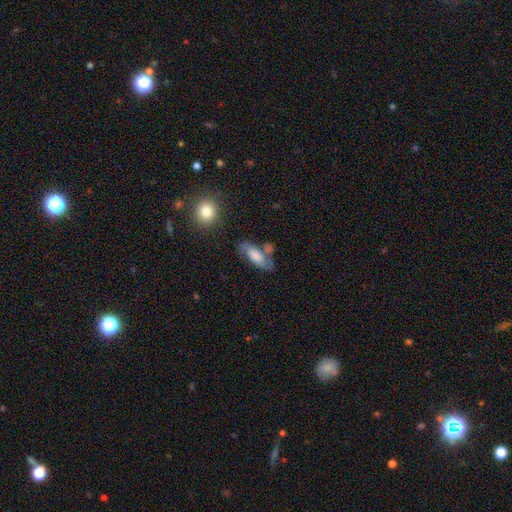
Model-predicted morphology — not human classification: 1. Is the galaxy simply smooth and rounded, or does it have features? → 56% smooth, 36% featured or disk, 8% star or artifact.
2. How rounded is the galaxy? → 74% in between, 23% cigar-shaped, 4% round.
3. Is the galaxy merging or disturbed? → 52% none, 21% minor disturbance, 17% merger, 10% major disturbance.